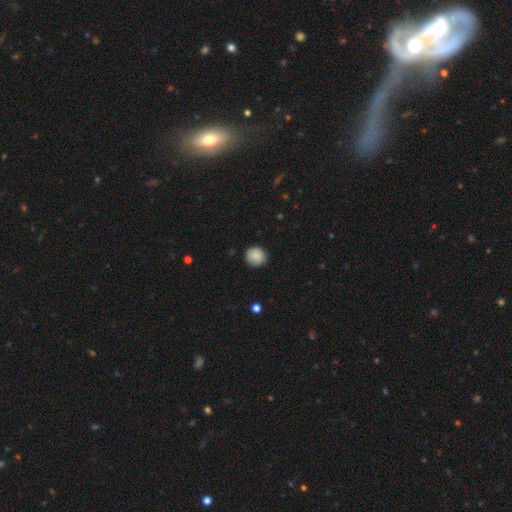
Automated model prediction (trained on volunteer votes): This is clearly a smooth galaxy (86%). How rounded: clearly round (94%). Merging: clearly none (87%).